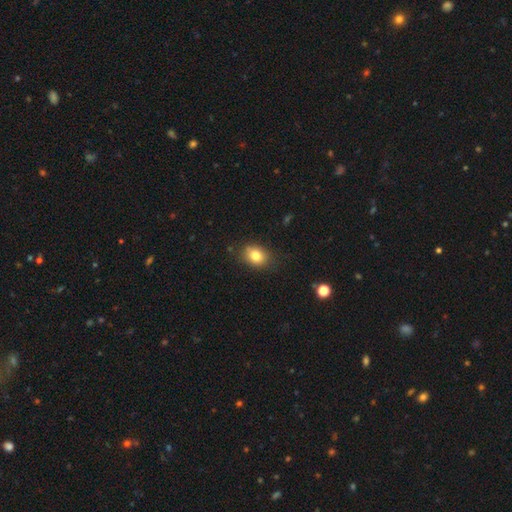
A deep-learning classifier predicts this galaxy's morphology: Q: Smooth or featured?
A: smooth (81%); runner-up: star or artifact (10%)
Q: How rounded?
A: in between (59%); runner-up: round (40%)
Q: Merging?
A: none (81%); runner-up: minor disturbance (14%)